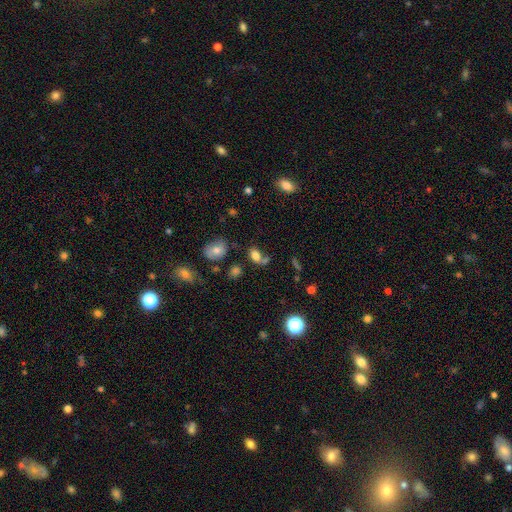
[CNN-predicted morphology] smooth-or-featured: smooth: 76% | star or artifact: 13% | featured or disk: 11%
  how-rounded: in between: 77% | round: 20% | cigar-shaped: 2%
  merging: none: 47% | merger: 24% | minor disturbance: 18% | major disturbance: 11%